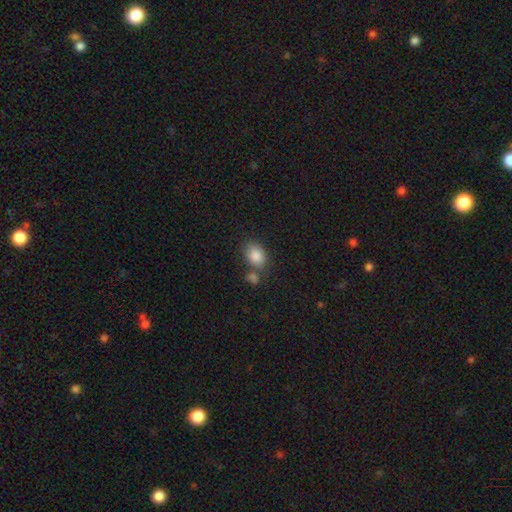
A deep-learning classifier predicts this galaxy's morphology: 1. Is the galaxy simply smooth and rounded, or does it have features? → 86% smooth, 9% star or artifact, 6% featured or disk.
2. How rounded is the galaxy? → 72% in between, 26% round, 1% cigar-shaped.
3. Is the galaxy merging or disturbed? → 58% none, 24% merger, 14% minor disturbance, 5% major disturbance.